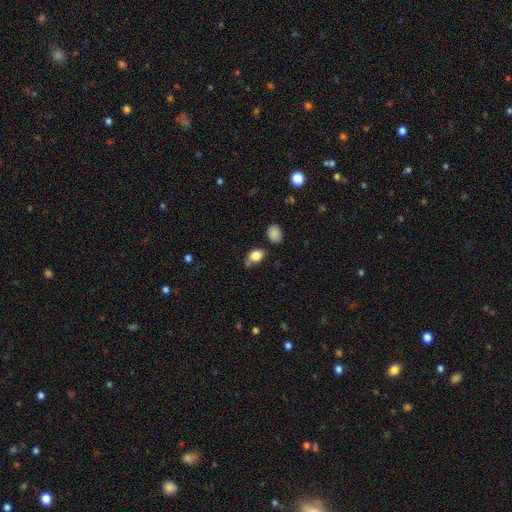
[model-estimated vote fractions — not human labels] Smooth or featured? Predicted: smooth (p=0.83). How rounded? Predicted: in between (p=0.68). Merging? Predicted: none (p=0.50).